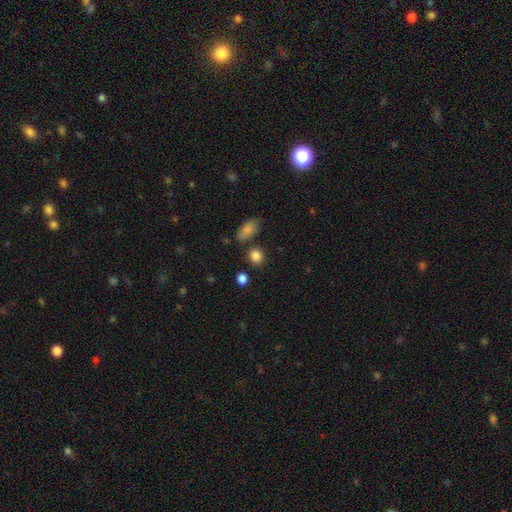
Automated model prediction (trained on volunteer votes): Smooth or featured? Predicted: smooth (p=0.86). How rounded? Predicted: round (p=0.78). Merging? Predicted: none (p=0.79).